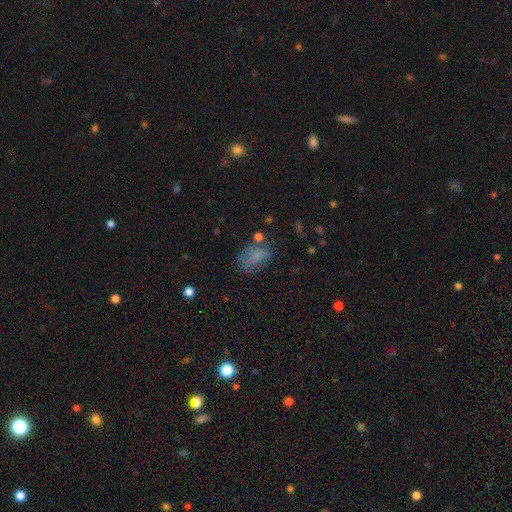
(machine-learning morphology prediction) smooth_or_featured: smooth (p=0.69) [alt: featured or disk p=0.16]
how_rounded: in between (p=0.83) [alt: round p=0.14]
merging: none (p=0.48) [alt: minor disturbance p=0.26]